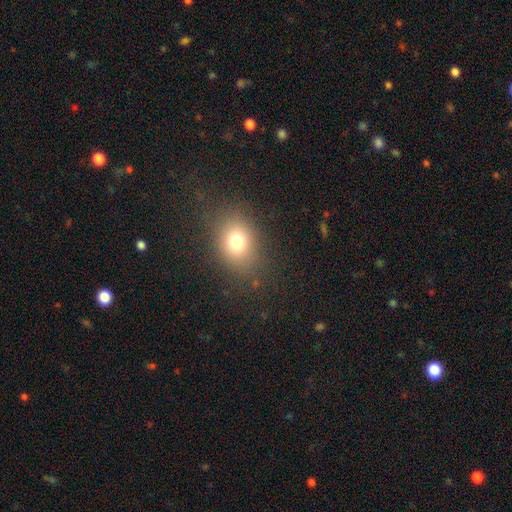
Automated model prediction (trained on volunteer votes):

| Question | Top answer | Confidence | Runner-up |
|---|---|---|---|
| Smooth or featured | smooth | 67% | star or artifact (24%) |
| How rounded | in between | 59% | round (39%) |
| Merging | none | 86% | minor disturbance (10%) |